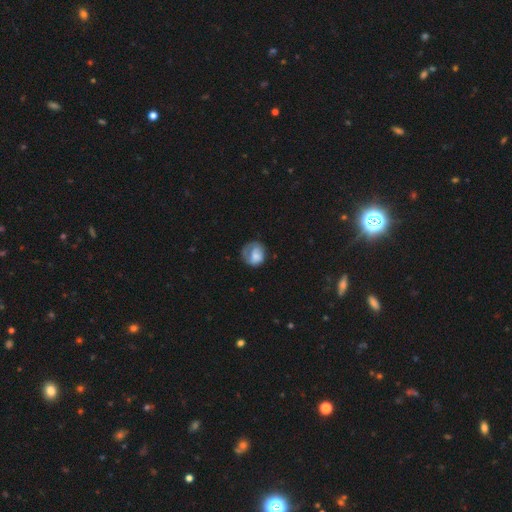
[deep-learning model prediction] A smooth galaxy with no disk features (64%) that is round (70%).

Vote fractions:
- Smooth or featured? smooth: 64% / featured or disk: 29% / star or artifact: 8%
- How rounded? round: 70% / in between: 29% / cigar-shaped: 1%
- Merging? none: 44% / minor disturbance: 27% / major disturbance: 26% / merger: 2%